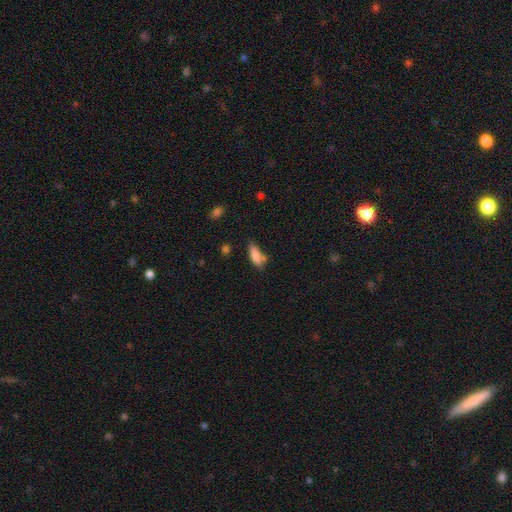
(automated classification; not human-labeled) Smooth or featured? smooth (79%)
How rounded? in between (61%)
Merging? none (60%)